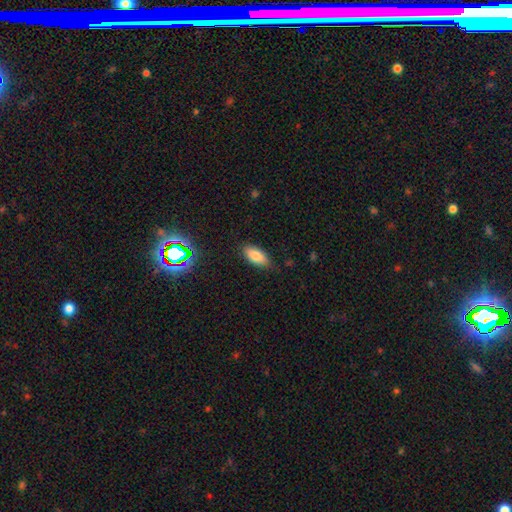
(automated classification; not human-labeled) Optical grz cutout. It shows a smooth galaxy with no disk features (81%) that is in between round and cigar-shaped (88%). Merging: none (82%).